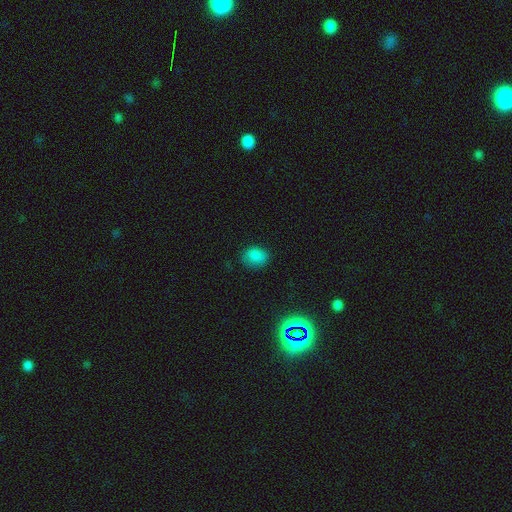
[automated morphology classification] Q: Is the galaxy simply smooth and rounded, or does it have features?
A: smooth — 81%.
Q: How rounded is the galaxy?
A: round — 56%.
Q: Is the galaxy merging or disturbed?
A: none — 77%.